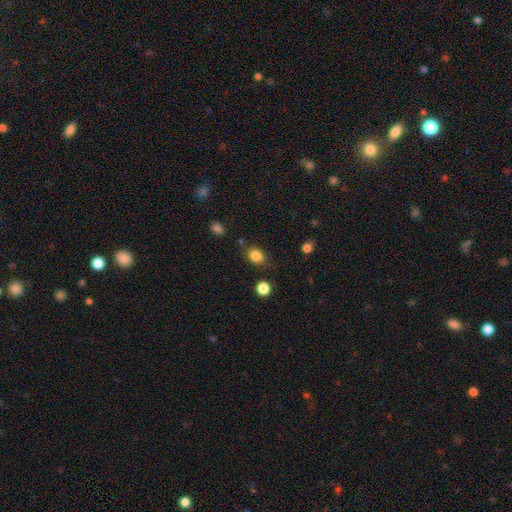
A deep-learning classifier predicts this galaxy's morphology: Q: Smooth or featured?
A: smooth (85%); runner-up: star or artifact (10%)
Q: How rounded?
A: in between (53%); runner-up: round (45%)
Q: Merging?
A: none (74%); runner-up: minor disturbance (16%)